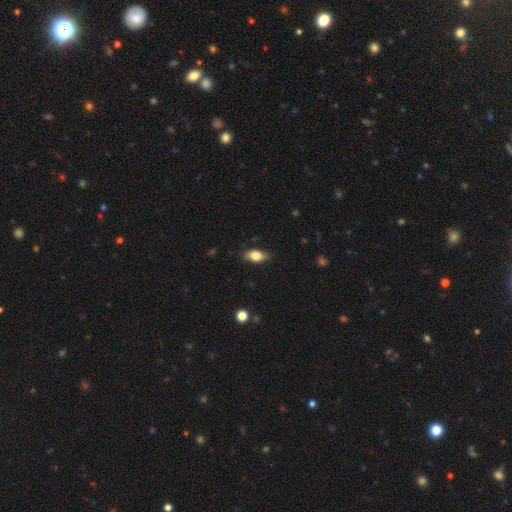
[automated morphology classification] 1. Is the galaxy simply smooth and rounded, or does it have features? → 81% smooth, 12% featured or disk, 7% star or artifact.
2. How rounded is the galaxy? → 88% in between, 7% cigar-shaped, 5% round.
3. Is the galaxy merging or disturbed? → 84% none, 13% minor disturbance, 3% major disturbance, 1% merger.